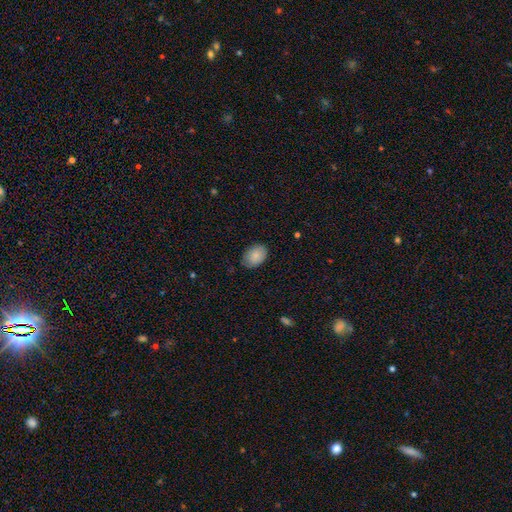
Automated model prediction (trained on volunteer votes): smooth 86%, star or artifact 7%, featured or disk 7%. Down the decision tree: how rounded — in between (83%); merging — none (79%).